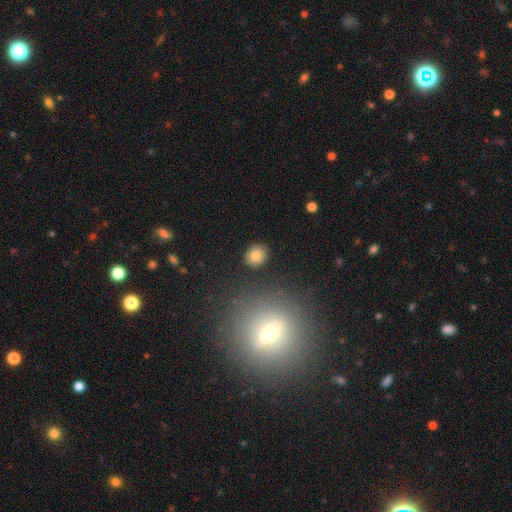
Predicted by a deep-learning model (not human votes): This appears to be a smooth galaxy with no disk features (81%) that is round (64%). Merging: none (87%).